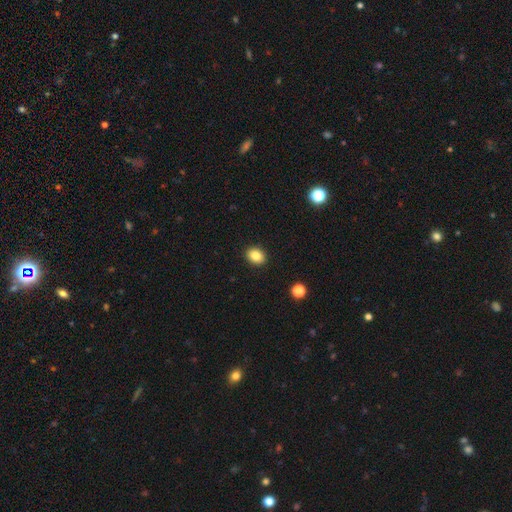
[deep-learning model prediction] Smooth or featured? Predicted: smooth (p=0.85). How rounded? Predicted: round (p=0.50). Merging? Predicted: none (p=0.91).